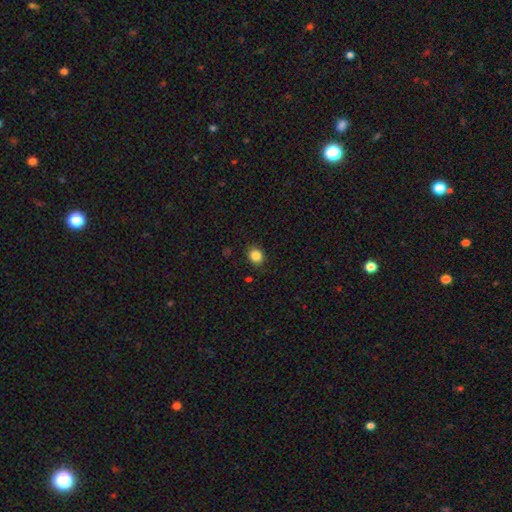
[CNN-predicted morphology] This is clearly a smooth galaxy (85%). How rounded: likely round (64%). Merging: clearly none (88%).